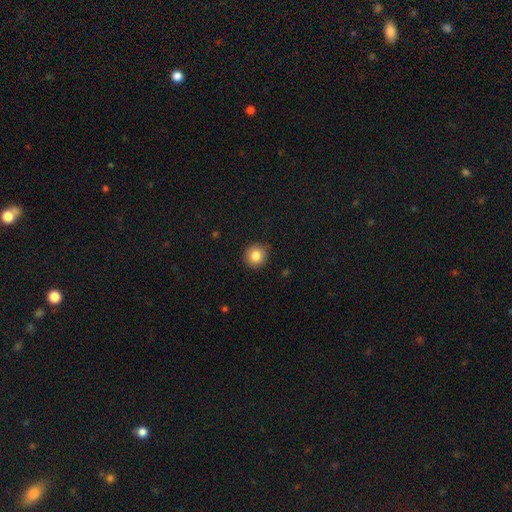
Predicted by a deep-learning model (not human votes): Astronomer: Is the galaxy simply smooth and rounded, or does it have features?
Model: smooth — 84%.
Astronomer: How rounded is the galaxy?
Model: round — 92%.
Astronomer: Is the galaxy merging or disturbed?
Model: none — 90%.